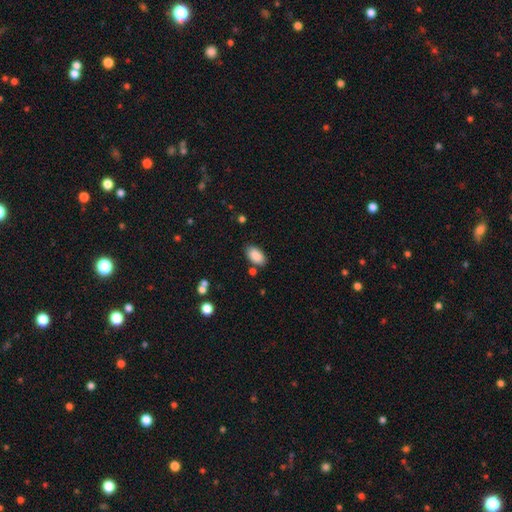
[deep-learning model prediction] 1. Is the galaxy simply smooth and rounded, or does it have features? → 88% smooth, 7% star or artifact, 5% featured or disk.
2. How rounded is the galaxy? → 94% in between, 4% round, 2% cigar-shaped.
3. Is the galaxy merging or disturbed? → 81% none, 12% minor disturbance, 4% merger, 3% major disturbance.